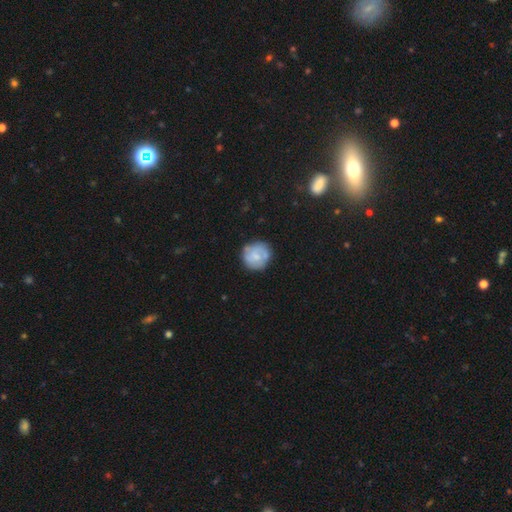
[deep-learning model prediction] smooth-or-featured: smooth: 57% | featured or disk: 36% | star or artifact: 7%
  how-rounded: round: 89% | in between: 10% | cigar-shaped: 1%
  merging: none: 72% | minor disturbance: 19% | major disturbance: 6% | merger: 3%